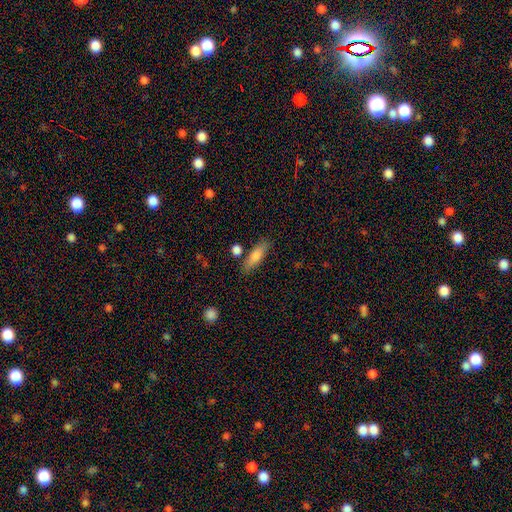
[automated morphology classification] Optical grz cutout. It shows a smooth galaxy with no disk features (77%) that is cigar-shaped (52%). Merging: none (78%).